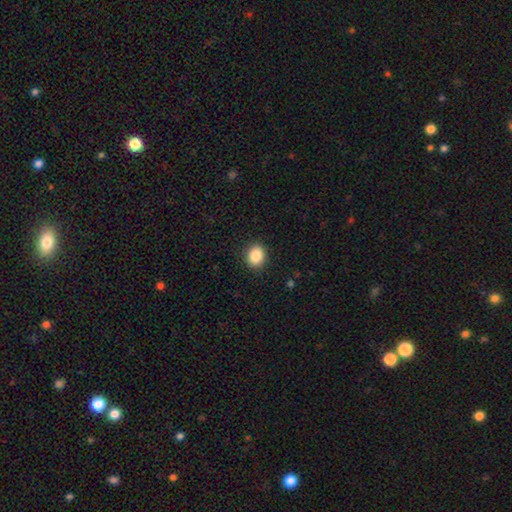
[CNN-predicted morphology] This is clearly a smooth galaxy (87%). How rounded: possibly round (55%). Merging: clearly none (90%).